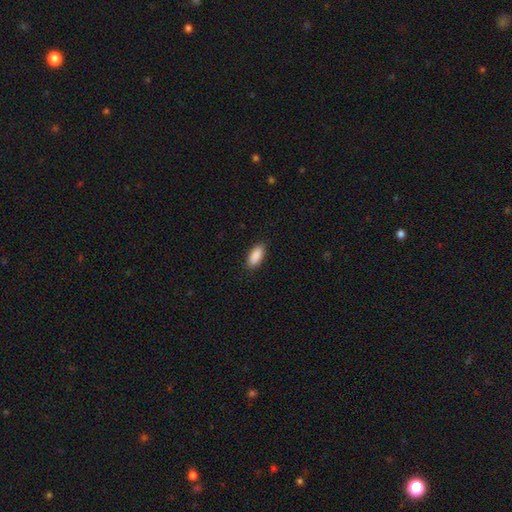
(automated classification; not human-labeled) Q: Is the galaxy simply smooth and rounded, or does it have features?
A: smooth — 90%.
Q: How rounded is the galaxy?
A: in between — 89%.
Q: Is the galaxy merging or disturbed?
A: none — 88%.